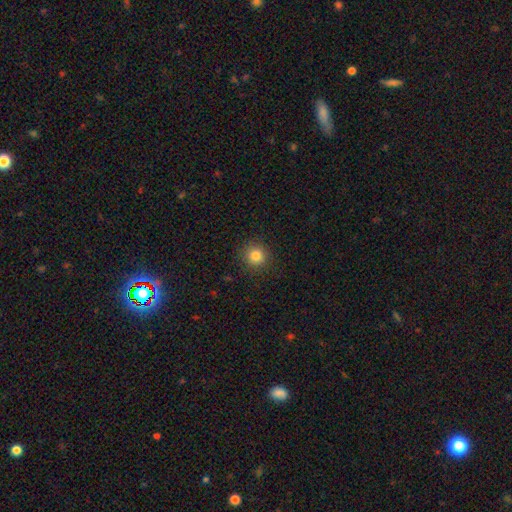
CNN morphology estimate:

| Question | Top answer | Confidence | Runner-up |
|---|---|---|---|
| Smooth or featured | smooth | 82% | star or artifact (12%) |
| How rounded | round | 93% | in between (6%) |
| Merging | none | 91% | minor disturbance (6%) |